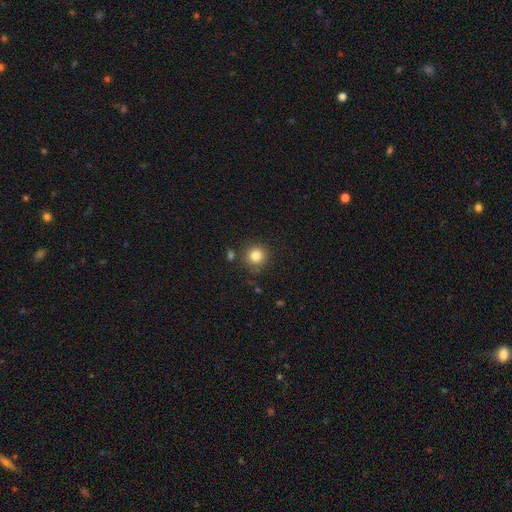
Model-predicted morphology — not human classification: Q: Smooth or featured?
A: smooth (82%); runner-up: star or artifact (12%)
Q: How rounded?
A: round (93%); runner-up: in between (6%)
Q: Merging?
A: none (85%); runner-up: minor disturbance (8%)